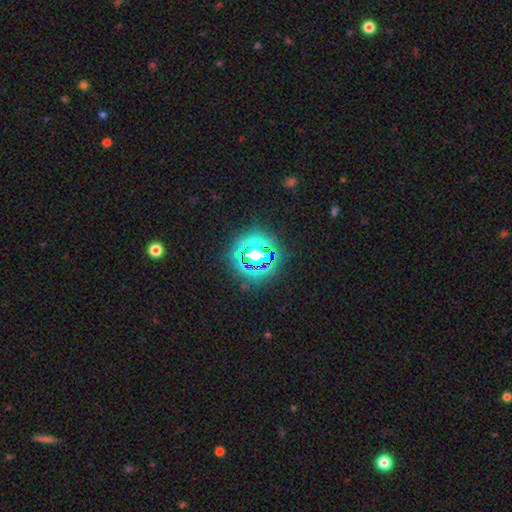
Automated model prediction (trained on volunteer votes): Morphology: type=star or artifact (61%).